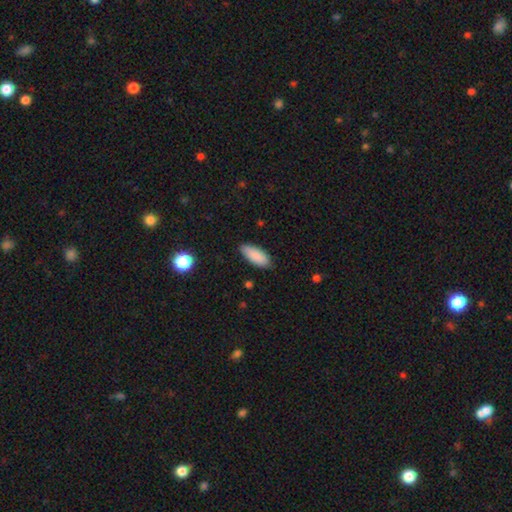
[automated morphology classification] Q: Smooth or featured?
A: smooth (89%); runner-up: star or artifact (6%)
Q: How rounded?
A: in between (81%); runner-up: cigar-shaped (17%)
Q: Merging?
A: none (82%); runner-up: minor disturbance (14%)